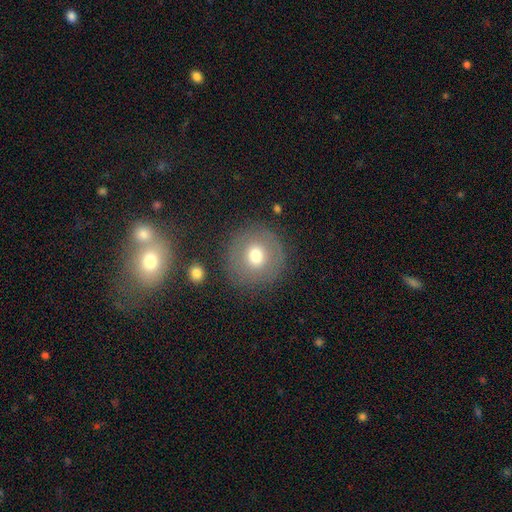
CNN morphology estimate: This is likely a smooth galaxy (67%). How rounded: clearly round (93%). Merging: clearly none (84%).